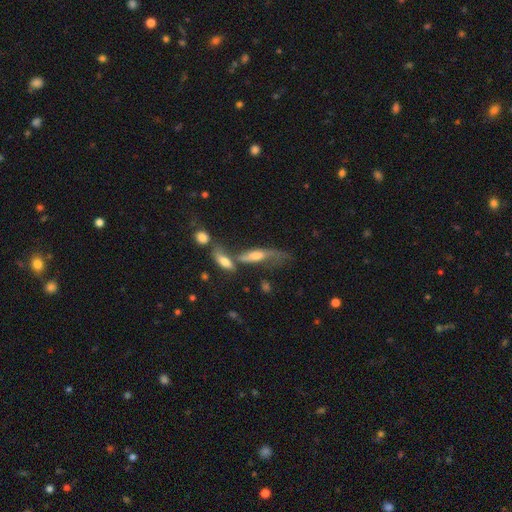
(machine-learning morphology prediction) type=featured or disk (51%); edge-on=yes (62%); merging=merger (36%).